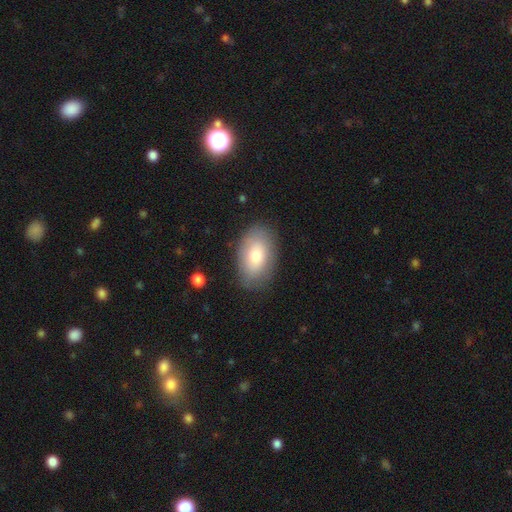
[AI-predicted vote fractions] Q: Smooth or featured?
A: smooth (74%); runner-up: featured or disk (19%)
Q: How rounded?
A: in between (91%); runner-up: round (8%)
Q: Merging?
A: none (82%); runner-up: minor disturbance (13%)